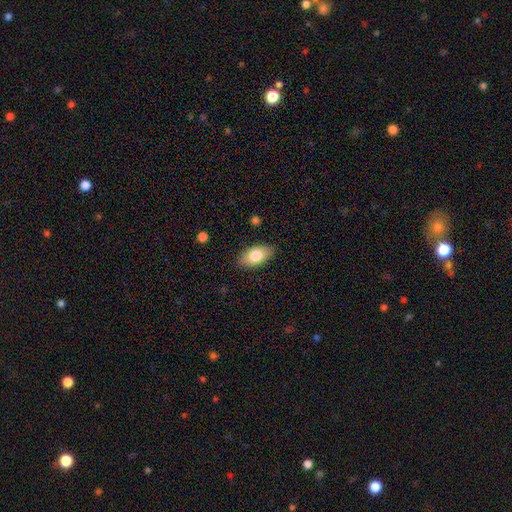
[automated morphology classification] Smooth or featured: smooth — 79% (featured or disk — 14%)
How rounded: in between — 92% (round — 4%)
Merging: none — 86% (minor disturbance — 10%)